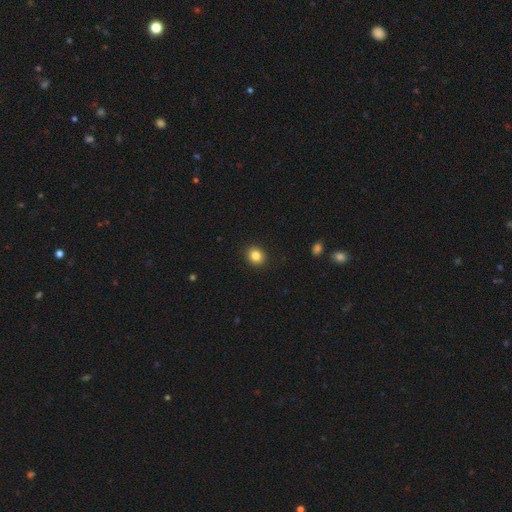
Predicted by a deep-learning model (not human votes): This appears to be a smooth galaxy with no disk features (84%) that is round (73%). Merging: none (92%).